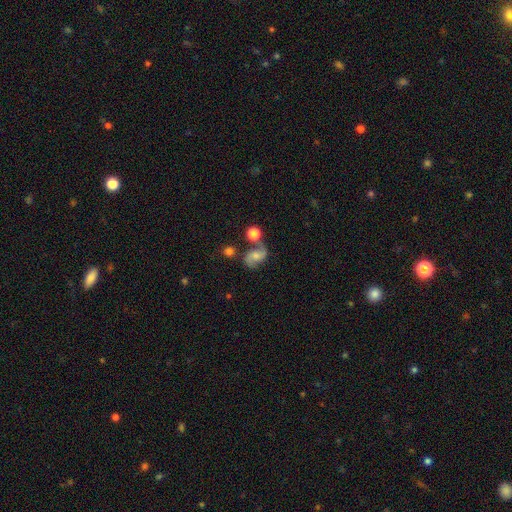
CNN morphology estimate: smooth_or_featured: featured or disk (p=0.75) [alt: smooth p=0.16]
disk_edge_on: no (p=0.98) [alt: yes p=0.02]
bar: no (p=0.56) [alt: weak p=0.35]
has_spiral_arms: yes (p=0.95) [alt: no p=0.05]
spiral_winding: loose (p=0.49) [alt: medium p=0.41]
spiral_arm_count: 2 (p=0.92) [alt: can't tell p=0.03]
bulge_size: moderate (p=0.47) [alt: small p=0.36]
merging: none (p=0.60) [alt: minor disturbance p=0.16]